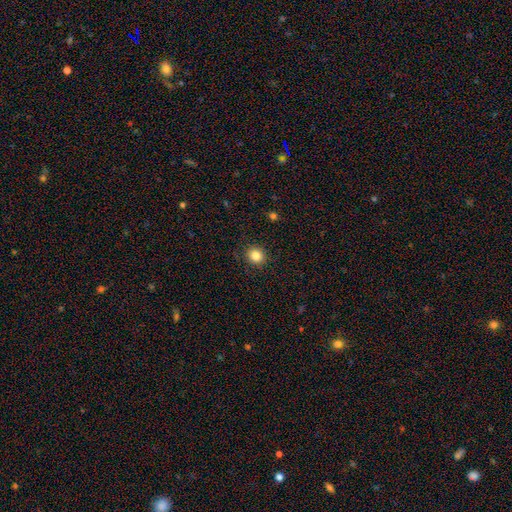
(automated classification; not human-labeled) This is clearly a smooth galaxy (84%). How rounded: clearly round (86%). Merging: clearly none (91%).